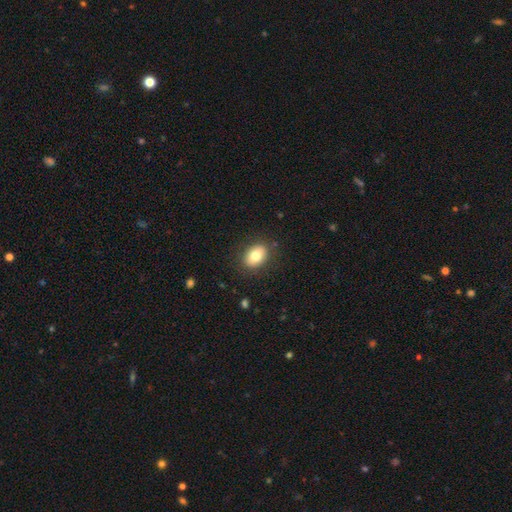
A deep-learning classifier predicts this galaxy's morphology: Q: Smooth or featured?
A: smooth (79%); runner-up: featured or disk (13%)
Q: How rounded?
A: in between (75%); runner-up: round (24%)
Q: Merging?
A: none (86%); runner-up: minor disturbance (10%)